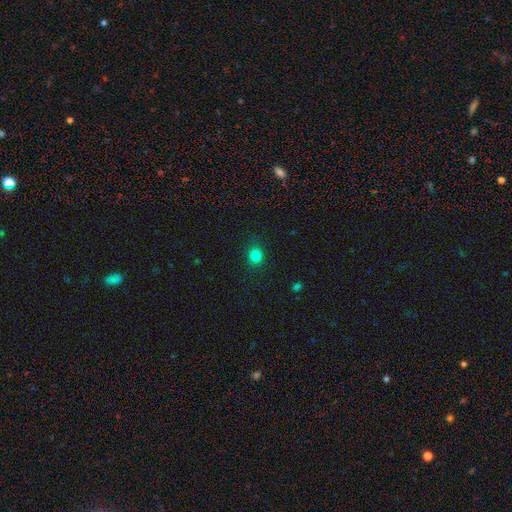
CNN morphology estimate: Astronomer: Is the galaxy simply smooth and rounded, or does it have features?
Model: smooth — 81%.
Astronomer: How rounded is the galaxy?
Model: round — 79%.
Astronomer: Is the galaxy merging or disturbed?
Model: none — 87%.